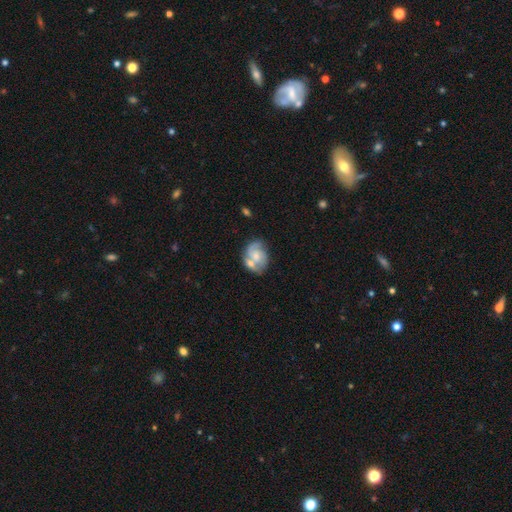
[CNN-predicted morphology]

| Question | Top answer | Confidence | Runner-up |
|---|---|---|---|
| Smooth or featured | featured or disk | 59% | smooth (34%) |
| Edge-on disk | no | 97% | yes (3%) |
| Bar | no | 72% | weak (24%) |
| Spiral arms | yes | 74% | no (26%) |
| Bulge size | moderate | 46% | small (39%) |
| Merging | merger | 41% | none (35%) |